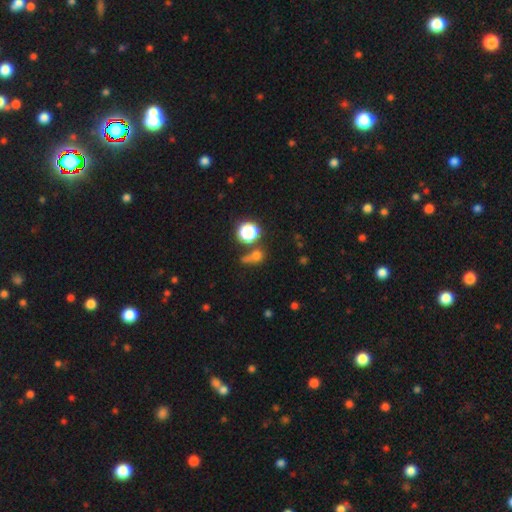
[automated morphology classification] This is likely a smooth galaxy (65%). How rounded: likely round (76%). Merging: possibly none (51%).